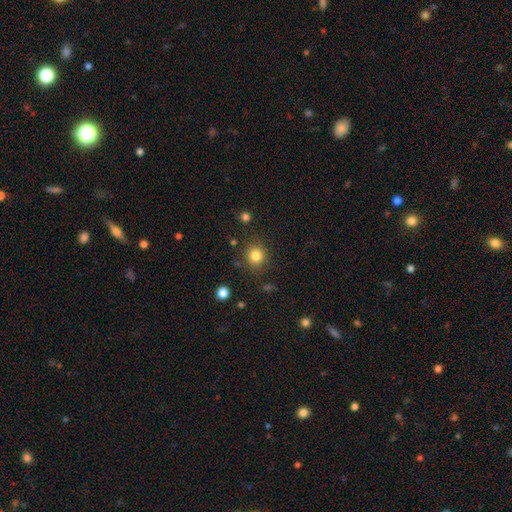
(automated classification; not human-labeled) Q: Smooth or featured?
A: smooth (82%); runner-up: star or artifact (12%)
Q: How rounded?
A: round (86%); runner-up: in between (13%)
Q: Merging?
A: none (85%); runner-up: minor disturbance (9%)